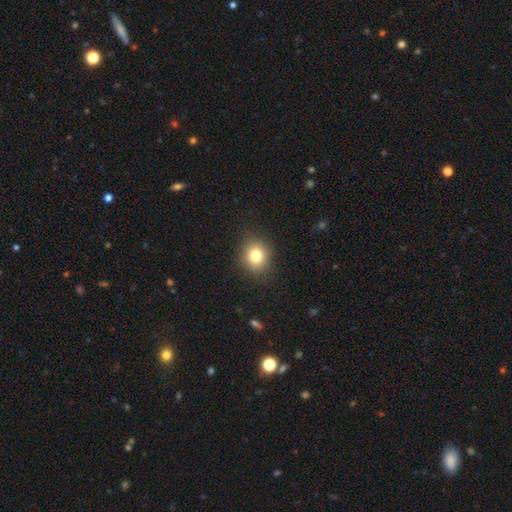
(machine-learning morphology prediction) smooth_or_featured: smooth (p=0.79) [alt: star or artifact p=0.12]
how_rounded: round (p=0.75) [alt: in between p=0.24]
merging: none (p=0.88) [alt: minor disturbance p=0.08]